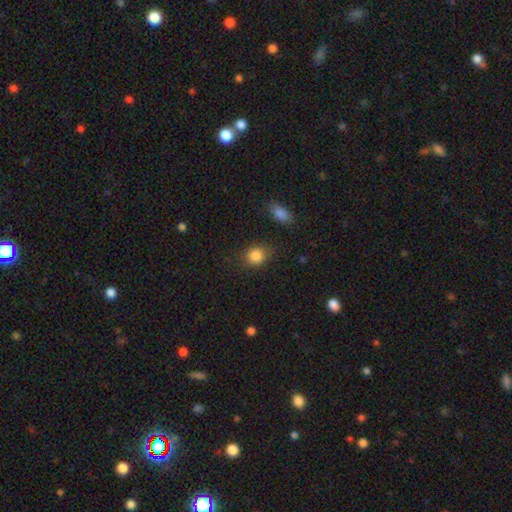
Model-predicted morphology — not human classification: smooth 85%, star or artifact 10%, featured or disk 5%. Down the decision tree: how rounded — round (62%); merging — none (78%).